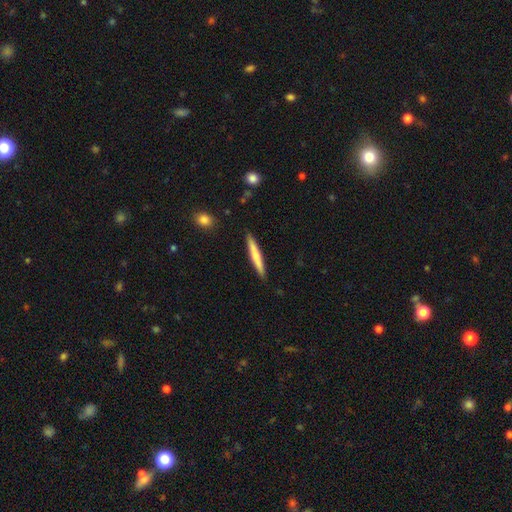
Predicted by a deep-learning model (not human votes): smooth 64%, featured or disk 30%, star or artifact 5%. Down the decision tree: how rounded — cigar-shaped (96%); merging — none (90%).